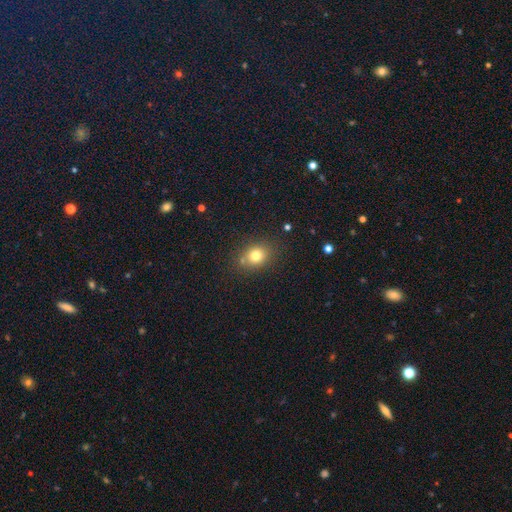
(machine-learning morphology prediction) smooth 76%, star or artifact 14%, featured or disk 10%. Down the decision tree: how rounded — round (57%); merging — none (76%).